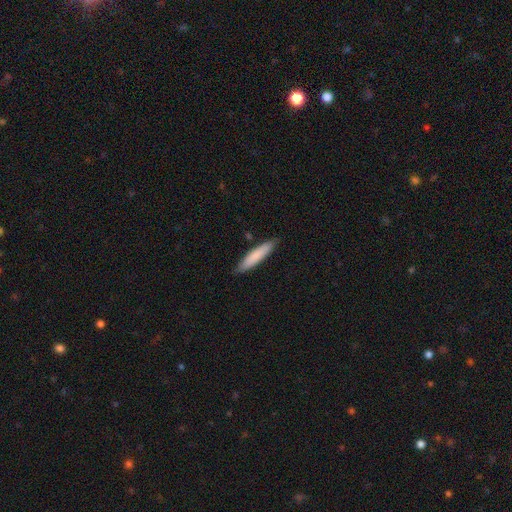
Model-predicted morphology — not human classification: Smooth or featured? Predicted: smooth (p=0.81). How rounded? Predicted: cigar-shaped (p=0.87). Merging? Predicted: none (p=0.86).